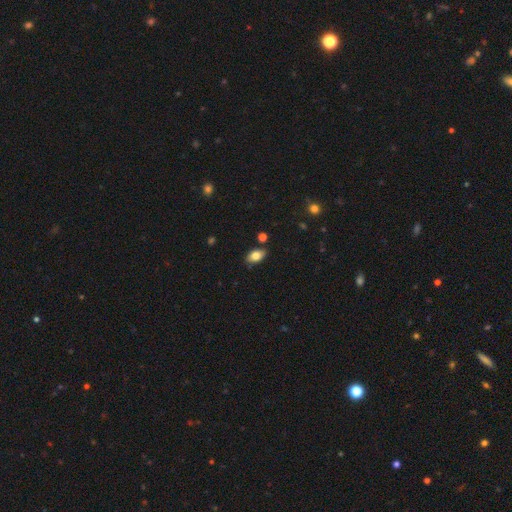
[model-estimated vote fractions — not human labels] The model was most divided on "smooth or featured": smooth: 79%, featured or disk: 13%, star or artifact: 8%. More confident: how rounded — in between (90%); merging — none (83%).